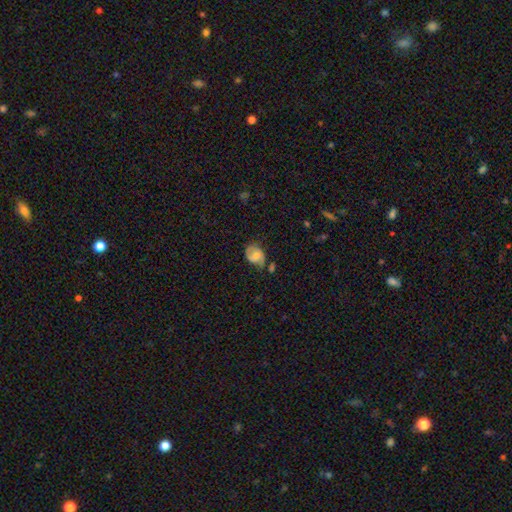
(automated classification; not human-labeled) This appears to be a smooth galaxy with no disk features (49%). Merging: none (51%).